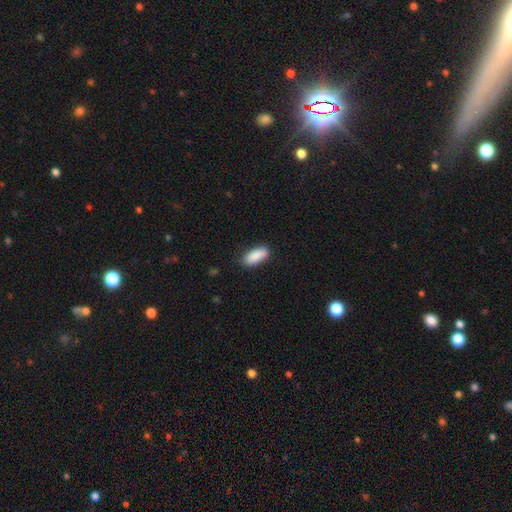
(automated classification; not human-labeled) Smooth or featured? Predicted: smooth (p=0.89). How rounded? Predicted: in between (p=0.80). Merging? Predicted: none (p=0.82).